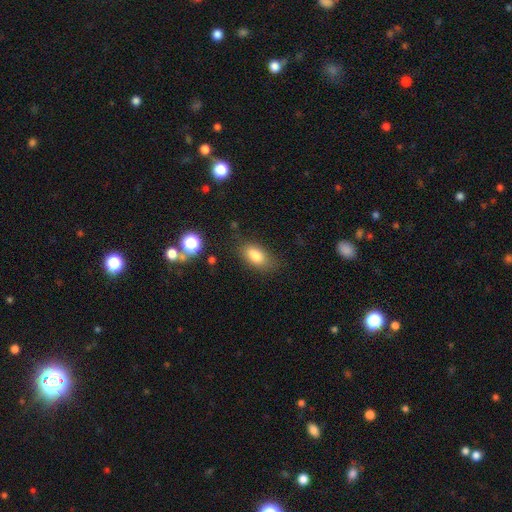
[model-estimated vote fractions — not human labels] Smooth or featured?
  - smooth: 81% *
  - featured or disk: 10%
  - star or artifact: 10%
How rounded?
  - in between: 87% *
  - round: 7%
  - cigar-shaped: 6%
Merging?
  - none: 73% *
  - minor disturbance: 18%
  - major disturbance: 6%
  - merger: 3%